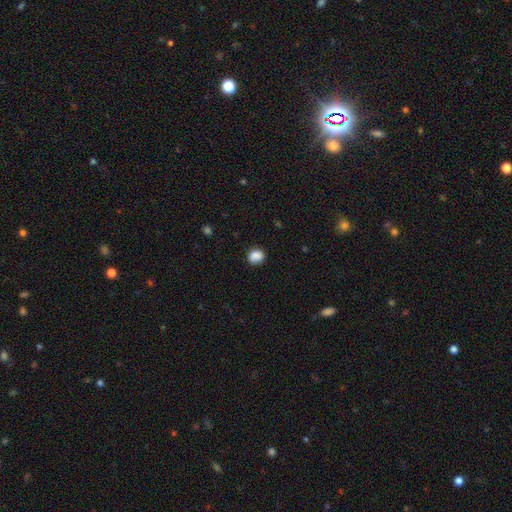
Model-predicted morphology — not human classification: Q: Smooth or featured?
A: smooth (85%); runner-up: star or artifact (9%)
Q: How rounded?
A: round (67%); runner-up: in between (32%)
Q: Merging?
A: none (71%); runner-up: minor disturbance (20%)